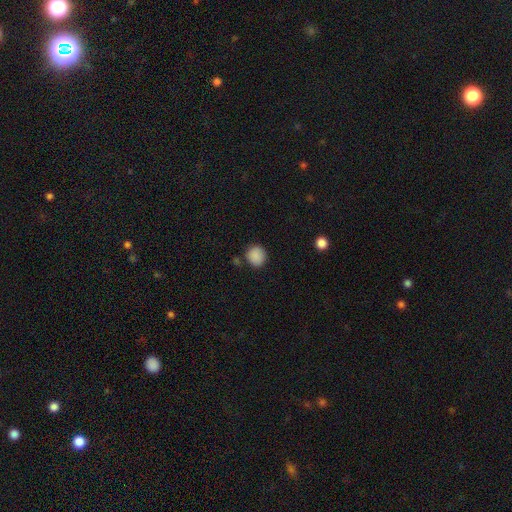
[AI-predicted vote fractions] The model was most divided on "merging": none: 82%, minor disturbance: 11%, merger: 4%, major disturbance: 3%. More confident: smooth or featured — smooth (88%); how rounded — round (85%).